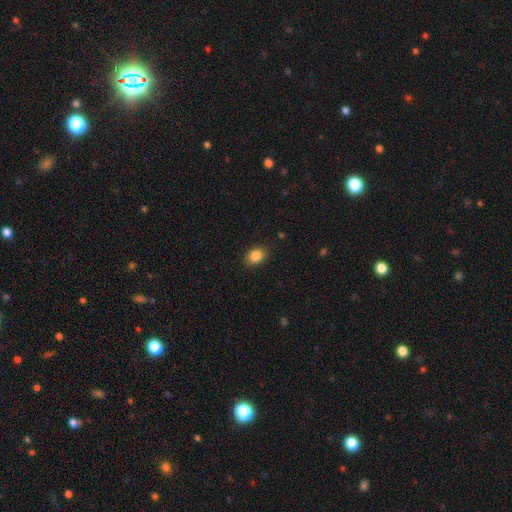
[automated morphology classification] Smooth or featured? Predicted: smooth (p=0.86). How rounded? Predicted: in between (p=0.73). Merging? Predicted: none (p=0.87).